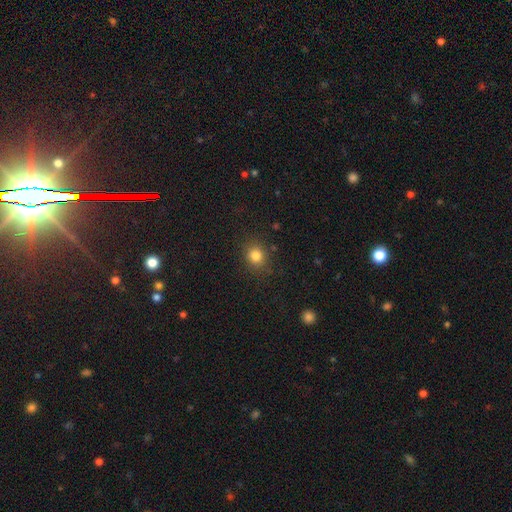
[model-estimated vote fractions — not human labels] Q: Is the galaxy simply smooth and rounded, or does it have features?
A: smooth — 82%.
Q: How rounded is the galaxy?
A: round — 80%.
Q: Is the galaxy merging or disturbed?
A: none — 85%.